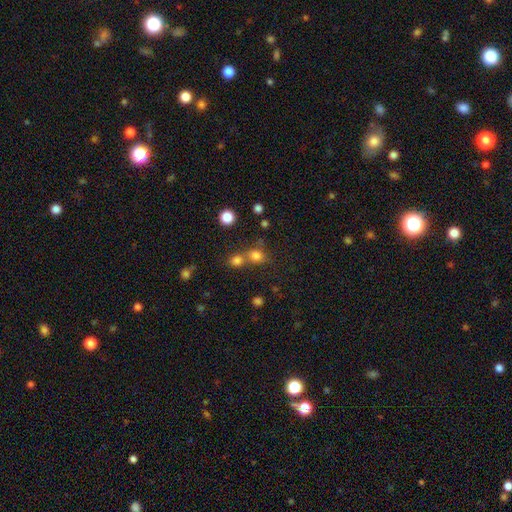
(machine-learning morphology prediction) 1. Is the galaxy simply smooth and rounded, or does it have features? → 76% smooth, 17% star or artifact, 7% featured or disk.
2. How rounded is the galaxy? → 76% round, 23% in between, 1% cigar-shaped.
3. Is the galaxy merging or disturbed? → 48% none, 40% merger, 8% minor disturbance, 4% major disturbance.